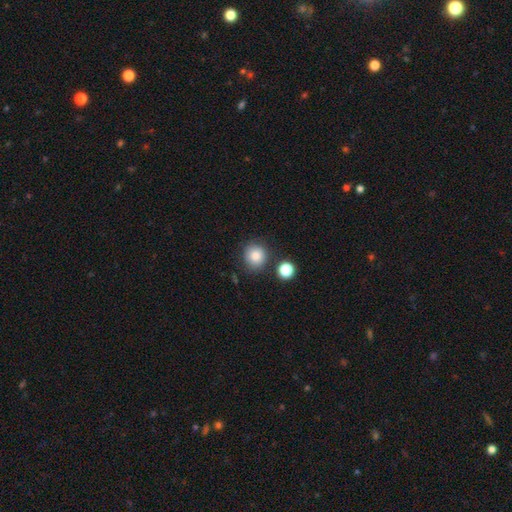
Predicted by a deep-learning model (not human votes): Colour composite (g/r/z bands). It shows a smooth galaxy with no disk features (84%) that is round (89%). Merging: none (79%).